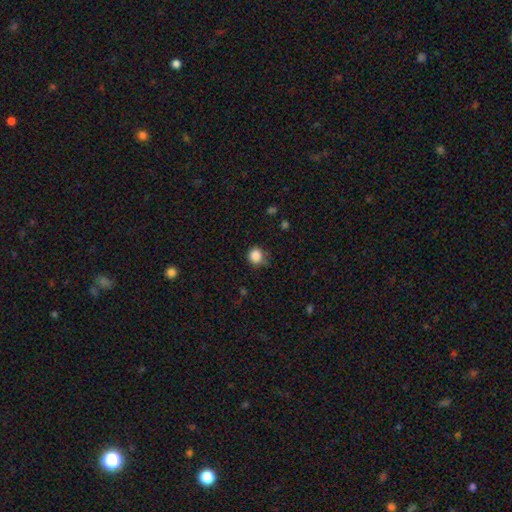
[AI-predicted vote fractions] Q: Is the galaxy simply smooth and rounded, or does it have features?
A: smooth — 86%.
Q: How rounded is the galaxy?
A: round — 89%.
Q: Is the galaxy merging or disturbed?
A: none — 71%.